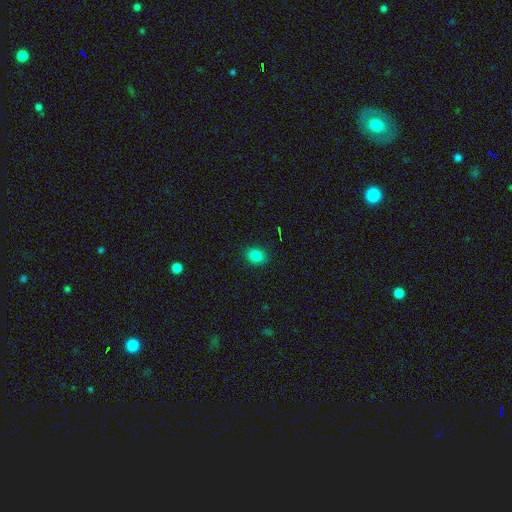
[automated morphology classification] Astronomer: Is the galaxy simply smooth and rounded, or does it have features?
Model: smooth — 83%.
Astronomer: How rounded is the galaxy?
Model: in between — 54% (runner-up: round, 45%).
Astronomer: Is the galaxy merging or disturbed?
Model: none — 89%.